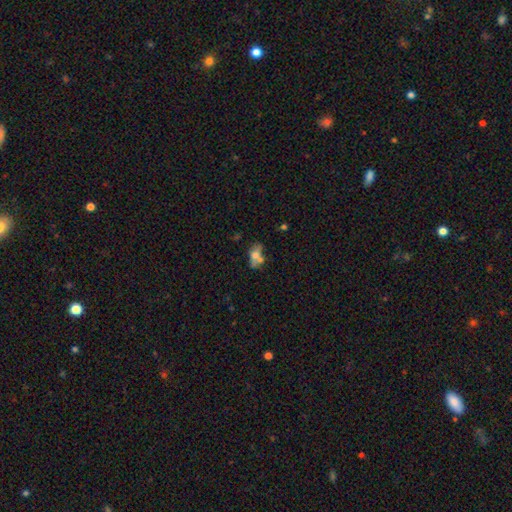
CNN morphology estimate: This appears to be a smooth galaxy with no disk features (52%) that is in between round and cigar-shaped (76%). Merging: none (37%).